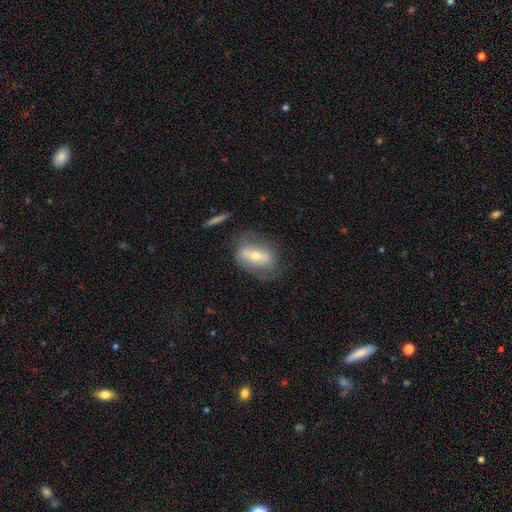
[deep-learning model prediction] A featured or disk galaxy (53%).

Vote fractions:
- Smooth or featured? featured or disk: 53% / smooth: 40% / star or artifact: 7%
- Edge-on disk? no: 82% / yes: 18%
- Merging? none: 62% / minor disturbance: 21% / major disturbance: 13% / merger: 3%